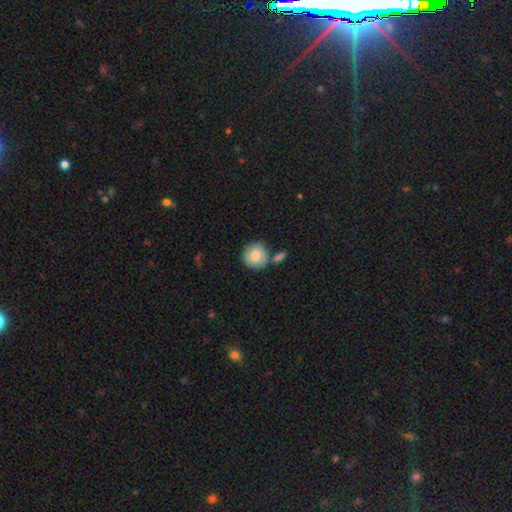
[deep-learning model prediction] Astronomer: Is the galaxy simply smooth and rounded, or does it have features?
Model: smooth — 82%.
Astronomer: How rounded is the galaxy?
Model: round — 92%.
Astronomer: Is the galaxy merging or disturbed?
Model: none — 67%.